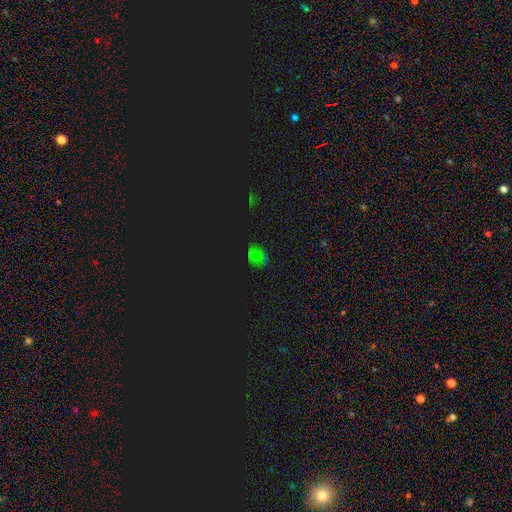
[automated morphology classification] Smooth or featured? star or artifact (51%)